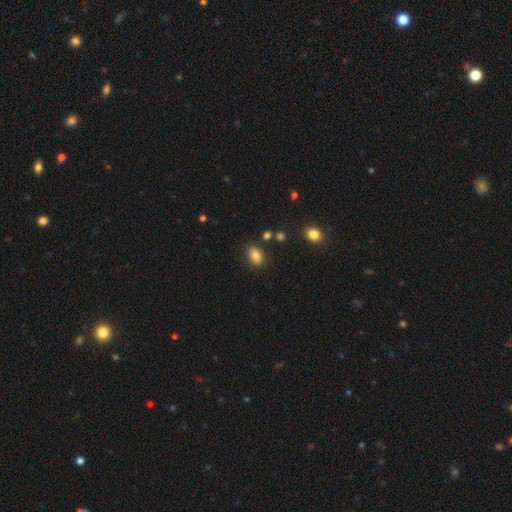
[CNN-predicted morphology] This is clearly a smooth galaxy (81%). How rounded: clearly in between (82%). Merging: clearly none (82%).